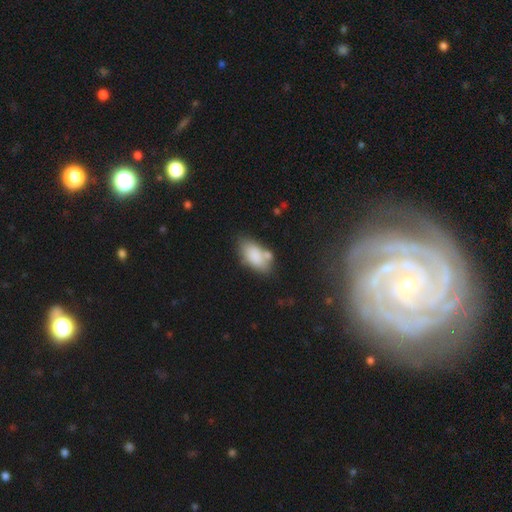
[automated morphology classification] smooth_or_featured: smooth (p=0.80) [alt: featured or disk p=0.12]
how_rounded: in between (p=0.91) [alt: cigar-shaped p=0.05]
merging: none (p=0.54) [alt: minor disturbance p=0.20]